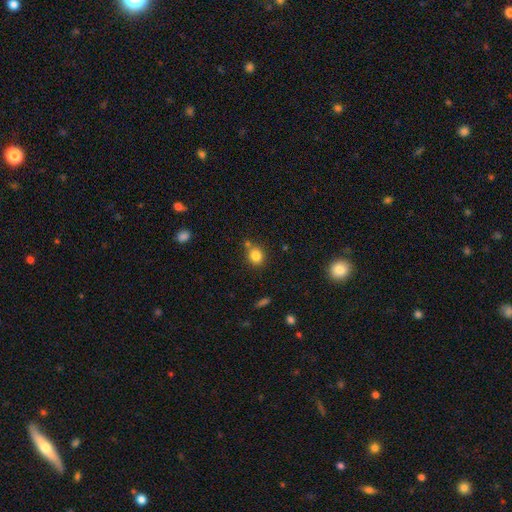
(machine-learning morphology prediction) smooth 82%, star or artifact 11%, featured or disk 7%. Down the decision tree: how rounded — round (74%); merging — none (69%).